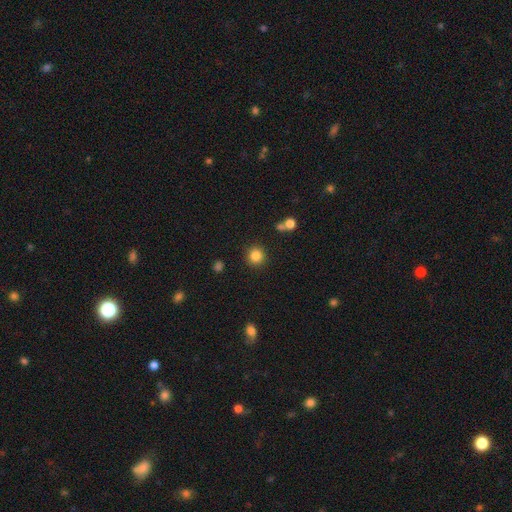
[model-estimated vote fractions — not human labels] Overall: smooth (85%). How rounded: round (93%). Merging: none (88%).